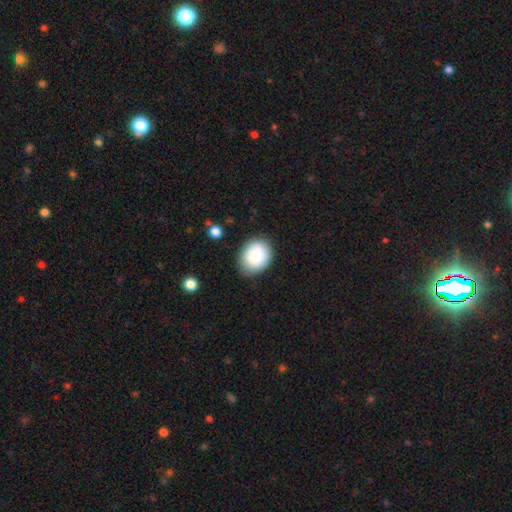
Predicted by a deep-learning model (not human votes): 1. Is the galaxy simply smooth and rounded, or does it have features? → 84% smooth, 9% featured or disk, 7% star or artifact.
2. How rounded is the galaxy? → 51% round, 48% in between, 1% cigar-shaped.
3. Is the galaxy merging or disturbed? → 79% none, 16% minor disturbance, 4% major disturbance, 2% merger.